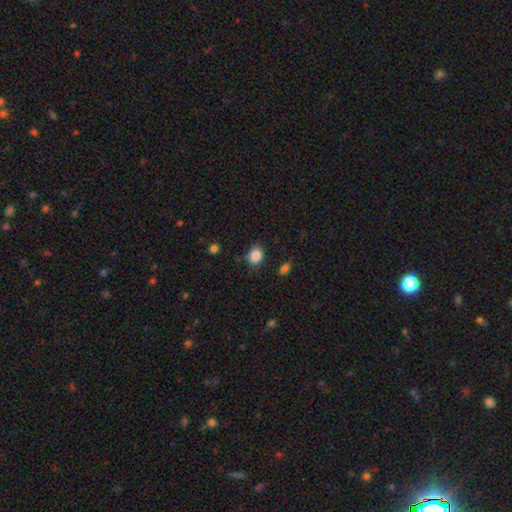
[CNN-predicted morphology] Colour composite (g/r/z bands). It shows a smooth galaxy with no disk features (85%) that is round (62%). Merging: none (80%).